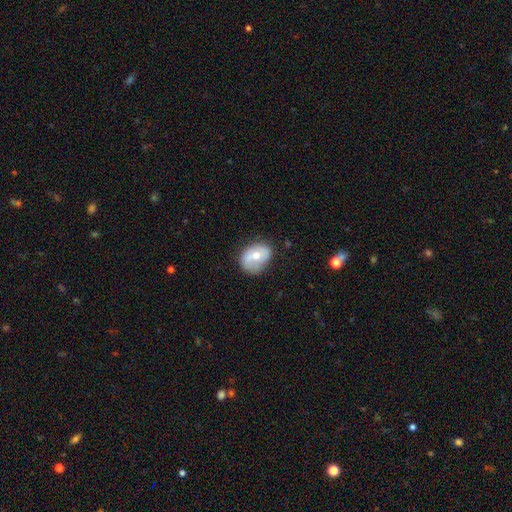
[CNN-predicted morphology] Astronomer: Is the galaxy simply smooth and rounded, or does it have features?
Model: smooth — 54% (runner-up: featured or disk, 38%).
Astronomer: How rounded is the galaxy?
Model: in between — 64%.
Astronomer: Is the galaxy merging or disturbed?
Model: none — 64%.